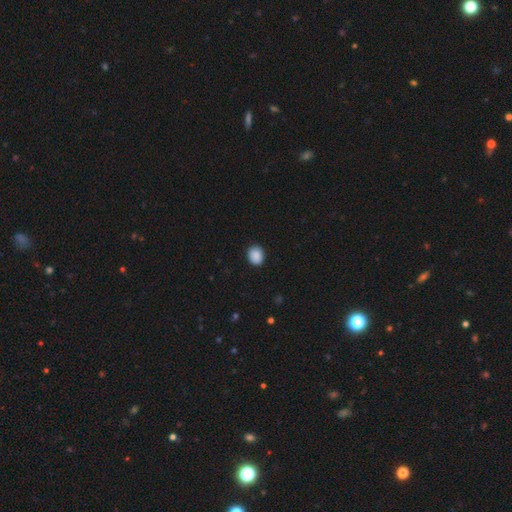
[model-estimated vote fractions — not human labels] Smooth or featured: smooth — 90% (star or artifact — 8%)
How rounded: round — 55% (in between — 44%)
Merging: none — 89% (minor disturbance — 8%)